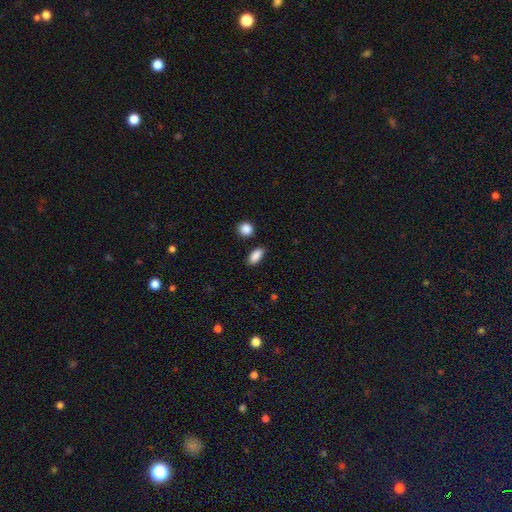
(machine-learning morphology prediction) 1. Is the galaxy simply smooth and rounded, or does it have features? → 89% smooth, 8% star or artifact, 4% featured or disk.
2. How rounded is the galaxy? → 86% in between, 8% cigar-shaped, 6% round.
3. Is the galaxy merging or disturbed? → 84% none, 10% minor disturbance, 4% merger, 2% major disturbance.